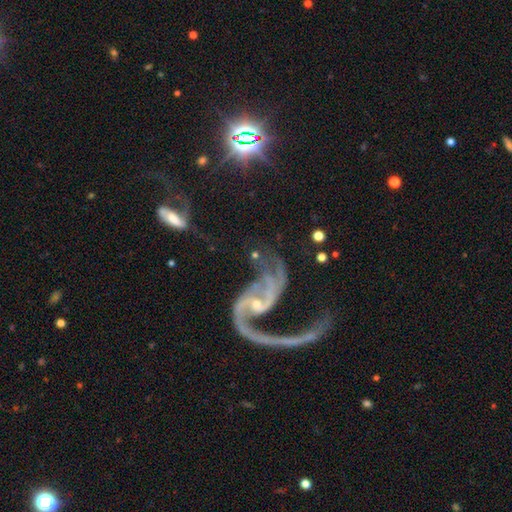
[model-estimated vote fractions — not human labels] This is clearly a featured or disk galaxy (83%). It is clearly not viewed edge-on (96%). Bar: possibly no (48%). Spiral arm pattern: clearly yes (92%). Spiral arm count: likely 2 (78%). Spiral winding: likely loose (70%). Central bulge: likely small (71%). Merging: marginally none (38%).